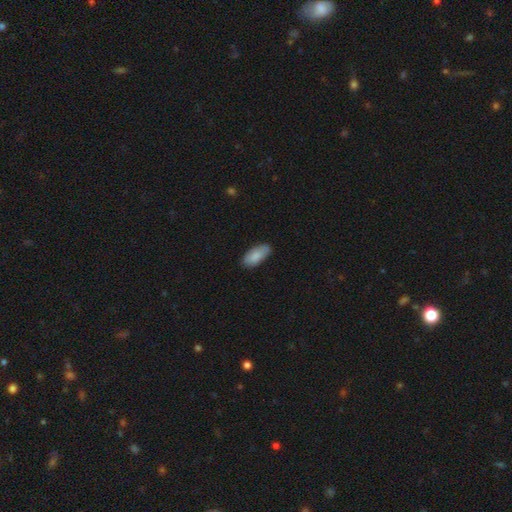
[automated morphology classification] Overall: smooth (86%). How rounded: in between (89%). Merging: none (82%).